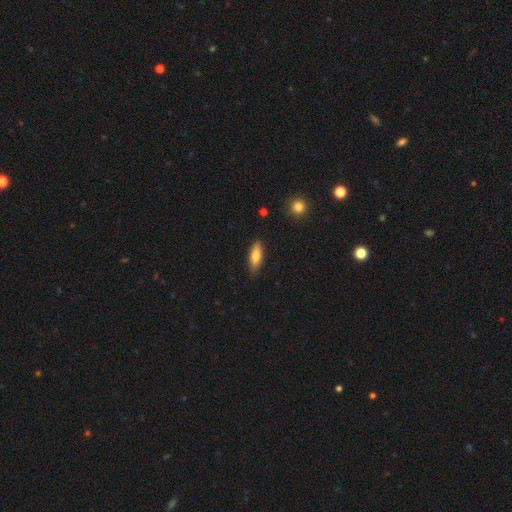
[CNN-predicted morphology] The model was most divided on "how rounded": in between: 56%, cigar-shaped: 42%, round: 2%. More confident: merging — none (86%); smooth or featured — smooth (77%).